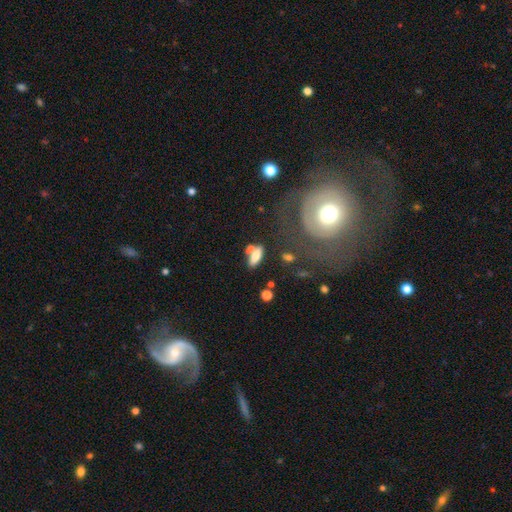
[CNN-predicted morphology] Smooth or featured?
  - smooth: 70% *
  - featured or disk: 21%
  - star or artifact: 9%
How rounded?
  - in between: 71% *
  - cigar-shaped: 24%
  - round: 5%
Merging?
  - none: 52% *
  - merger: 28%
  - minor disturbance: 14%
  - major disturbance: 6%